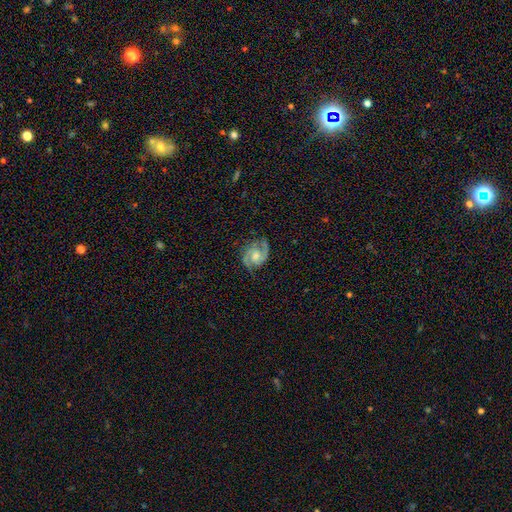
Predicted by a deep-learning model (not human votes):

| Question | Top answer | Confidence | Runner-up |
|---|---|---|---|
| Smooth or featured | featured or disk | 85% | smooth (9%) |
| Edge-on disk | no | 98% | yes (2%) |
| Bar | no | 58% | weak (35%) |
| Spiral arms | yes | 97% | no (3%) |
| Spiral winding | medium | 51% | tight (37%) |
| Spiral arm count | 2 | 90% | can't tell (4%) |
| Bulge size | moderate | 57% | small (28%) |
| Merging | none | 78% | minor disturbance (16%) |